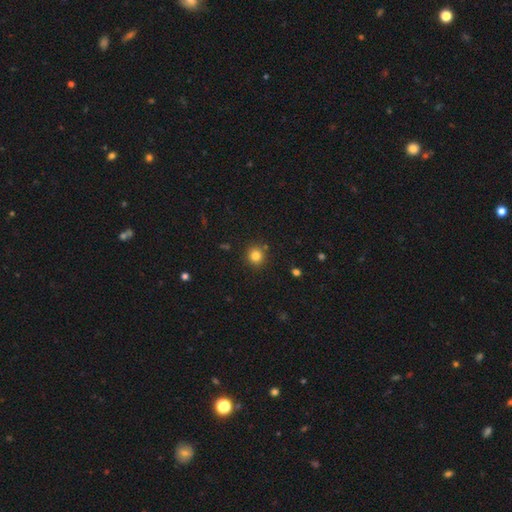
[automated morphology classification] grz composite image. It shows a smooth galaxy with no disk features (82%) that is round (91%). Merging: none (87%).